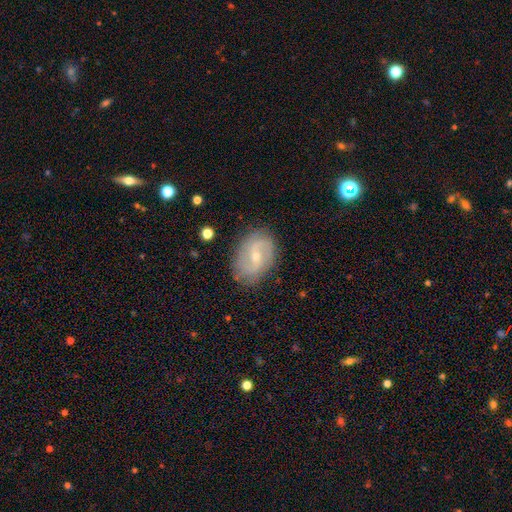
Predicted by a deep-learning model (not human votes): This appears to be a featured or disk galaxy (77%) with a weak bar (51%), 2 (80%) medium (44%) spiral arms (90%) and a small central bulge (63%). Merging: none (80%).